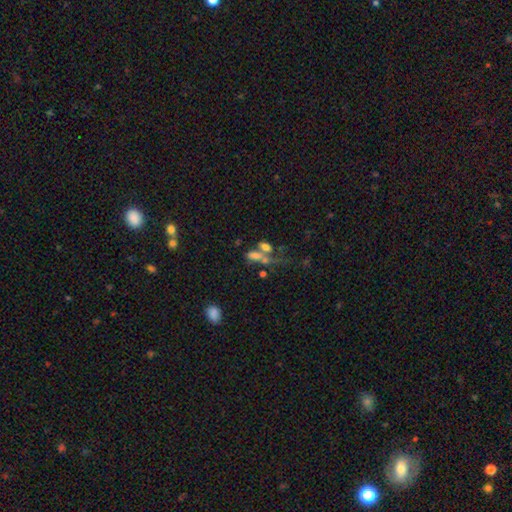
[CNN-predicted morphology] smooth_or_featured: smooth (p=0.61) [alt: featured or disk p=0.23]
how_rounded: in between (p=0.74) [alt: cigar-shaped p=0.16]
merging: merger (p=0.54) [alt: none p=0.23]